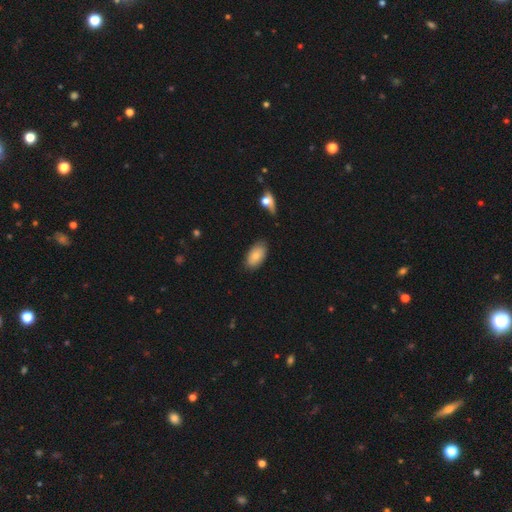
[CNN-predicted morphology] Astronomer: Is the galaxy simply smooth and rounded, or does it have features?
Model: smooth — 81%.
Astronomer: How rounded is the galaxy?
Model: in between — 94%.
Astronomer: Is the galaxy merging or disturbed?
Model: none — 81%.